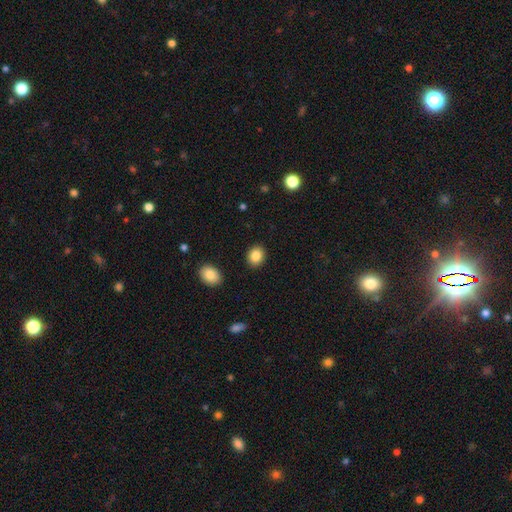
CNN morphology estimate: This appears to be a smooth galaxy with no disk features (86%) that is round (55%). Merging: none (90%).